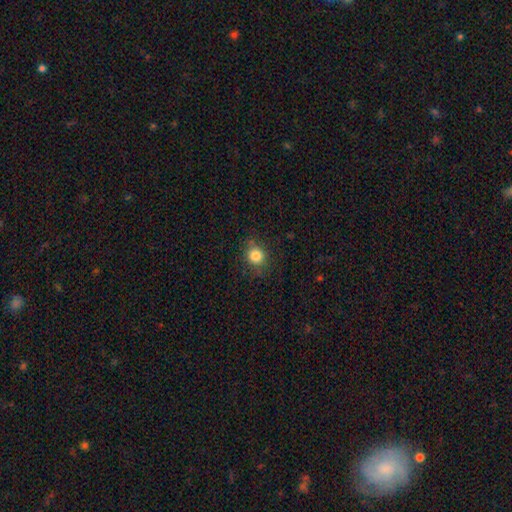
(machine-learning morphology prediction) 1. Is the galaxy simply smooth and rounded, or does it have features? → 83% smooth, 11% star or artifact, 6% featured or disk.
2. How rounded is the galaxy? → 86% round, 13% in between, 1% cigar-shaped.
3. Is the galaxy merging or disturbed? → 81% none, 14% minor disturbance, 4% major disturbance, 1% merger.